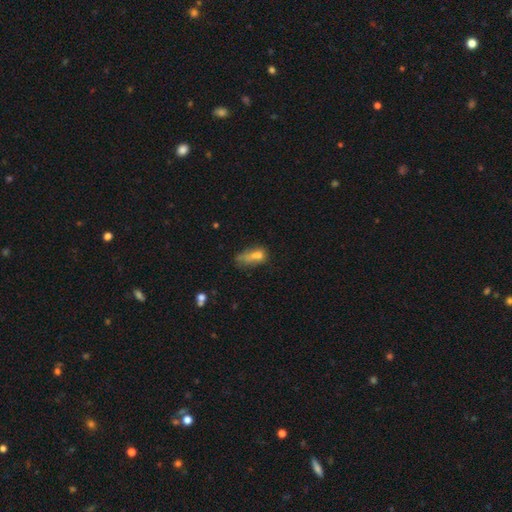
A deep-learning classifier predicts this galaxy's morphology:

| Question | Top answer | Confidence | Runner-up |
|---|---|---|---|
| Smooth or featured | smooth | 65% | featured or disk (22%) |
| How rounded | in between | 74% | cigar-shaped (15%) |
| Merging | major disturbance | 32% | none (24%) |